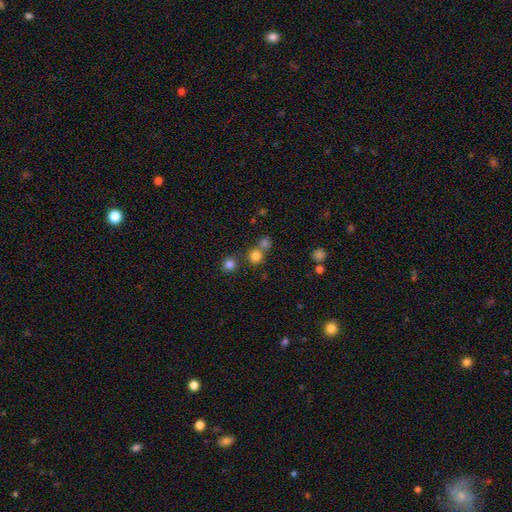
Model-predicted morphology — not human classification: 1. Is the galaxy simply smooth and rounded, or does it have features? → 77% smooth, 16% star or artifact, 6% featured or disk.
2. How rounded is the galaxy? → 90% round, 9% in between, 1% cigar-shaped.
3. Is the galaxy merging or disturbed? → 58% none, 33% merger, 6% minor disturbance, 3% major disturbance.